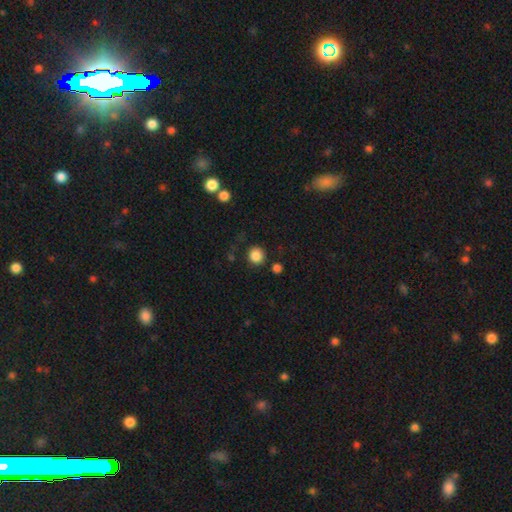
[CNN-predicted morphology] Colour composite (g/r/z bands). It shows a smooth galaxy with no disk features (85%) that is round (93%). Merging: none (85%).